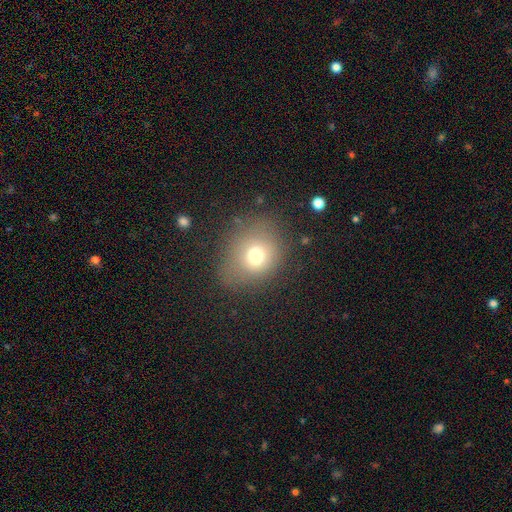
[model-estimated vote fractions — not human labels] Morphology: type=smooth (70%); roundness=round (72%); merging=none (67%).